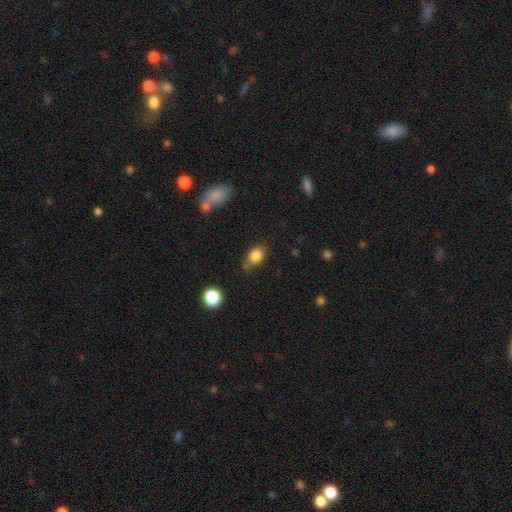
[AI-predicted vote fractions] The model was most divided on "how rounded": in between: 51%, round: 47%, cigar-shaped: 2%. More confident: smooth or featured — smooth (83%); merging — none (64%).